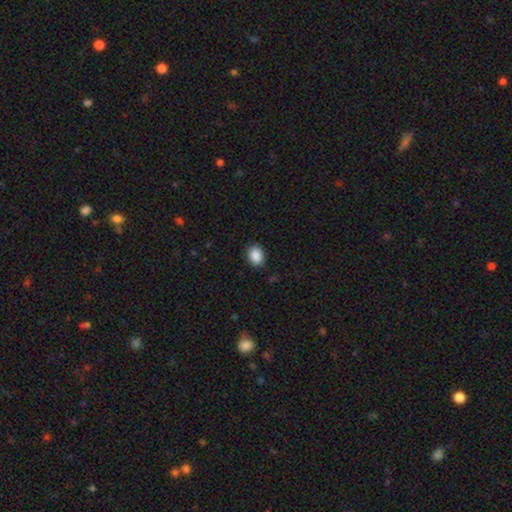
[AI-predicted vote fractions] Morphology: type=smooth (90%); roundness=in between (67%); merging=none (87%).